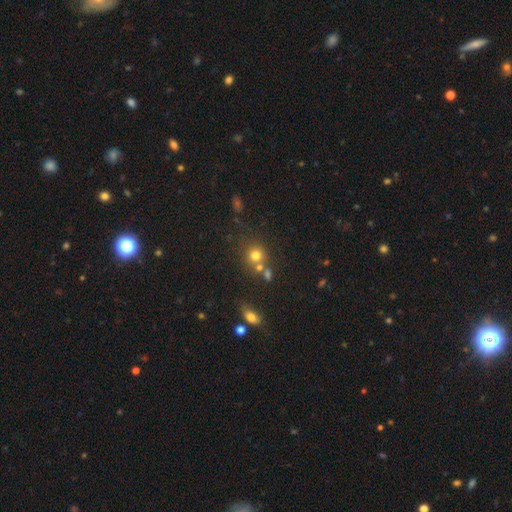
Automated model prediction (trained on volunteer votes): Smooth or featured?
  - smooth: 74% *
  - star or artifact: 16%
  - featured or disk: 10%
How rounded?
  - round: 86% *
  - in between: 13%
  - cigar-shaped: 1%
Merging?
  - none: 59% *
  - merger: 26%
  - minor disturbance: 11%
  - major disturbance: 5%